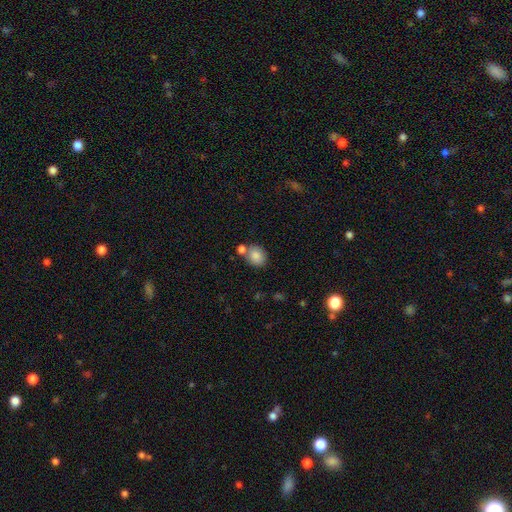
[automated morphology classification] smooth-or-featured: smooth: 85% | star or artifact: 8% | featured or disk: 6%
  how-rounded: round: 63% | in between: 36% | cigar-shaped: 1%
  merging: none: 63% | merger: 21% | minor disturbance: 12% | major disturbance: 4%